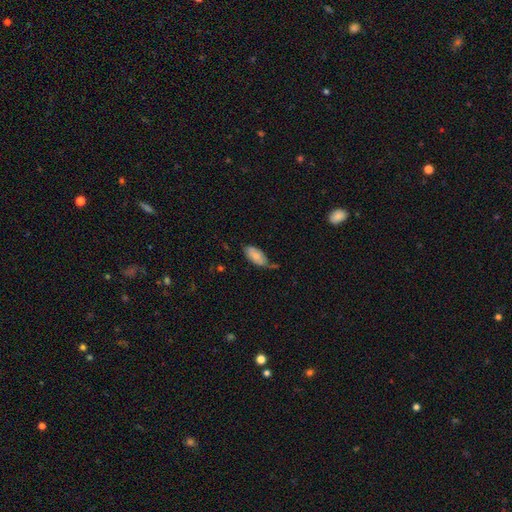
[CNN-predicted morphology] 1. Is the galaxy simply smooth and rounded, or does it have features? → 75% smooth, 18% featured or disk, 7% star or artifact.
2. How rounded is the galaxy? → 92% in between, 6% cigar-shaped, 2% round.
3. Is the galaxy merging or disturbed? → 41% none, 38% minor disturbance, 13% major disturbance, 7% merger.